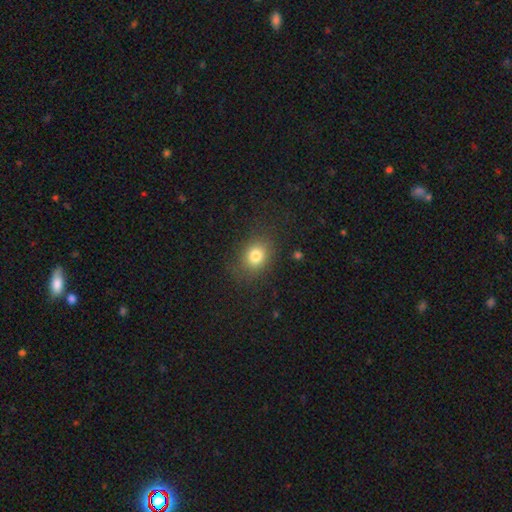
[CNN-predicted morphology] Smooth or featured? smooth (80%)
How rounded? round (53%)
Merging? none (80%)